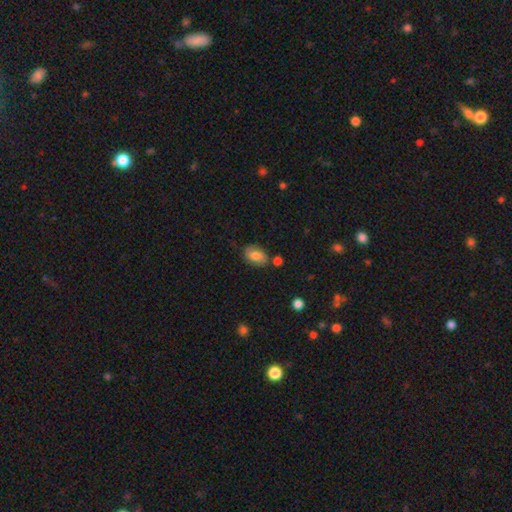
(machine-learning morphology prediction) This appears to be a smooth galaxy with no disk features (69%) that is in between round and cigar-shaped (86%). Merging: none (72%).